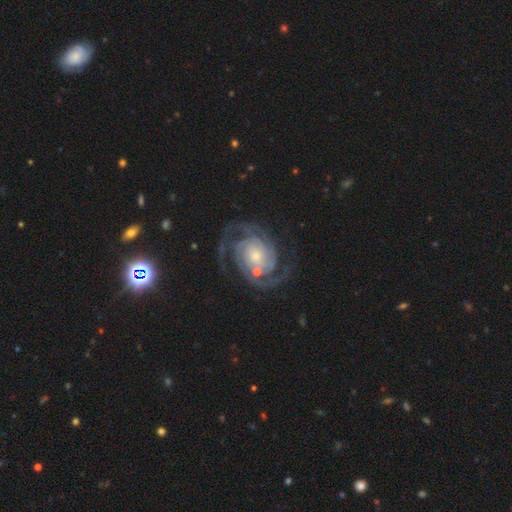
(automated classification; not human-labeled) featured or disk 92%, star or artifact 5%, smooth 4%. Down the decision tree: edge-on disk — no (98%); bar — no (71%); spiral arms — yes (98%); spiral arm count — 2 (73%); spiral winding — tight (55%); bulge size — small (49%); merging — none (75%).